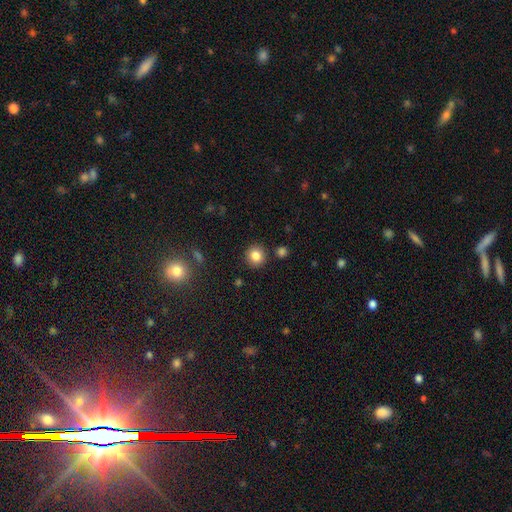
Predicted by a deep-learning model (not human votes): A smooth galaxy with no disk features (84%) that is round (90%). Merging: none (88%).